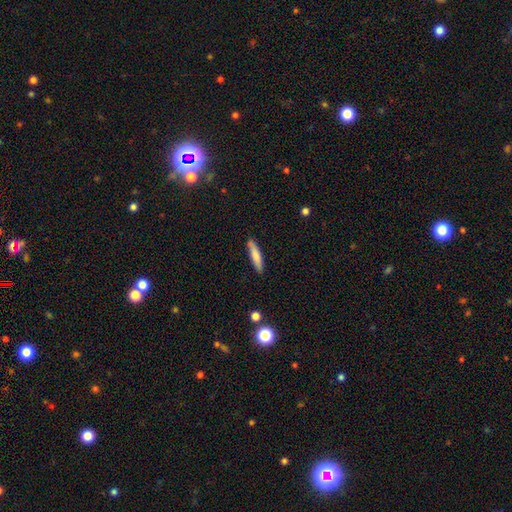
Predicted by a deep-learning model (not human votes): Smooth or featured?
  - smooth: 75% *
  - featured or disk: 19%
  - star or artifact: 6%
How rounded?
  - cigar-shaped: 84% *
  - in between: 15%
  - round: 1%
Merging?
  - none: 82% *
  - minor disturbance: 13%
  - merger: 3%
  - major disturbance: 2%